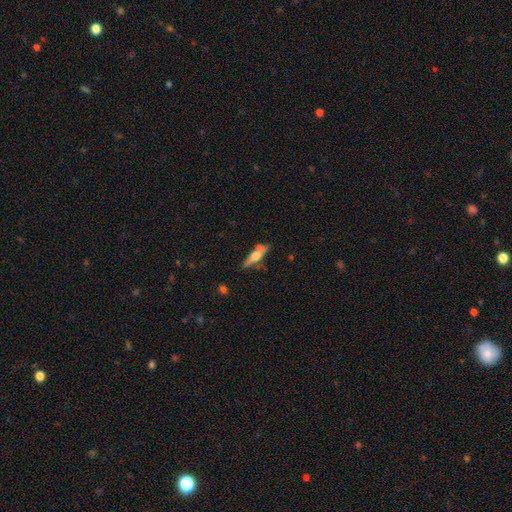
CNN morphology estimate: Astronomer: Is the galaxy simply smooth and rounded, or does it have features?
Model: featured or disk — 56% (runner-up: smooth, 37%).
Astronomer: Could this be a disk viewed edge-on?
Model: yes — 90%.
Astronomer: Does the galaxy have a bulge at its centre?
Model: rounded — 90%.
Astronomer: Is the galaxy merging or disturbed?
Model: none — 65%.